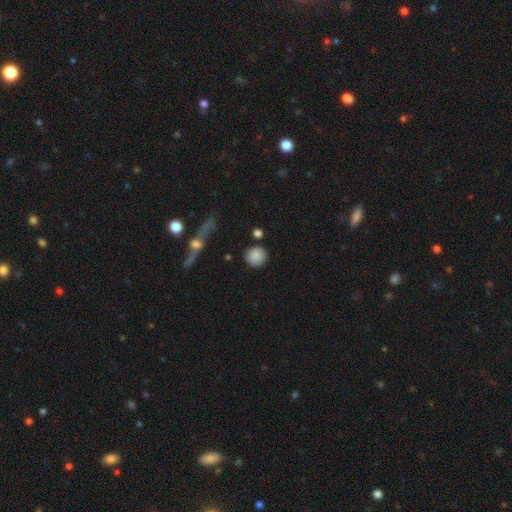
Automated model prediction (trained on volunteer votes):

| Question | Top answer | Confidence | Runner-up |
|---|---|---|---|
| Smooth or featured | smooth | 85% | star or artifact (8%) |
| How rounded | round | 92% | in between (7%) |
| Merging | none | 84% | minor disturbance (9%) |